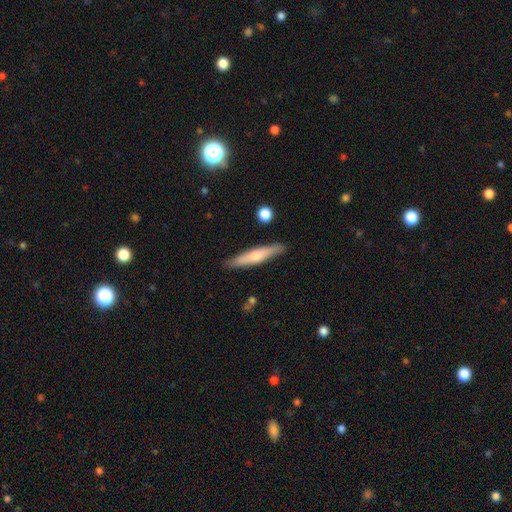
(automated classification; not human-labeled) Smooth or featured? smooth (55%)
How rounded? cigar-shaped (90%)
Merging? none (87%)